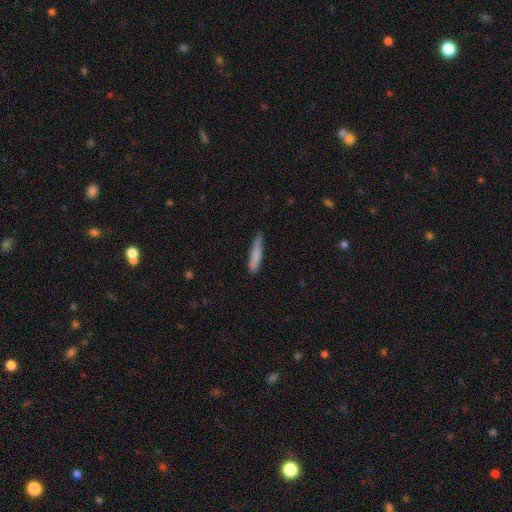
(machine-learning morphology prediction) Overall: smooth (78%). How rounded: cigar-shaped (90%). Merging: none (70%).